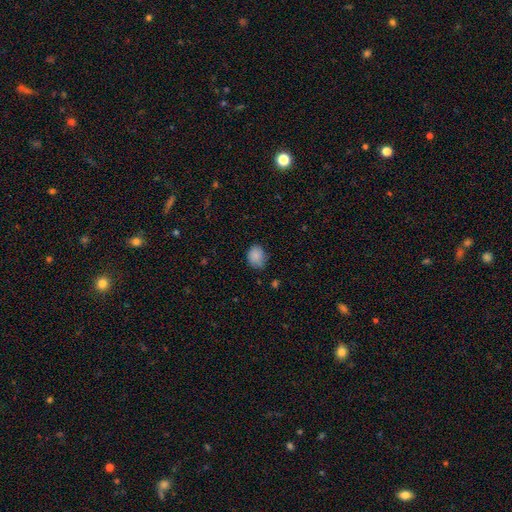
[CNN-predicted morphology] Overall: smooth (87%). How rounded: round (54%; in between 45%). Merging: none (67%; minor disturbance 27%).